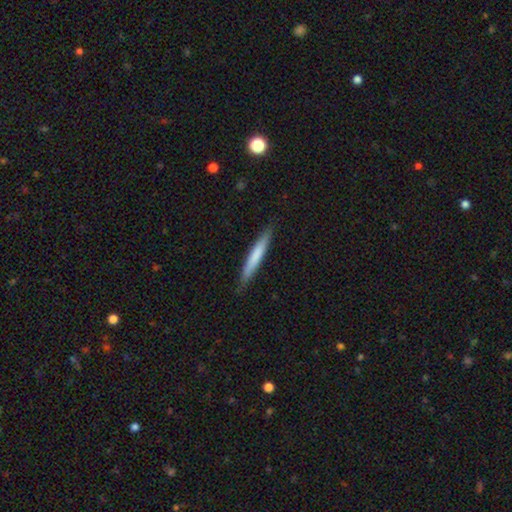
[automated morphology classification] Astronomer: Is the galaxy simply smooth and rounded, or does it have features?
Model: smooth — 70%.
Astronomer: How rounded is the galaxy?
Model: cigar-shaped — 95%.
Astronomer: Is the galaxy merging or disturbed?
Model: none — 87%.